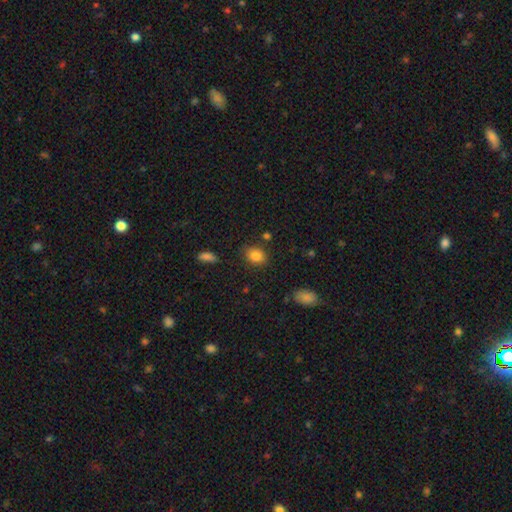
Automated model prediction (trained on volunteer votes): smooth_or_featured: smooth (p=0.84) [alt: star or artifact p=0.10]
how_rounded: in between (p=0.56) [alt: round p=0.43]
merging: none (p=0.81) [alt: minor disturbance p=0.13]